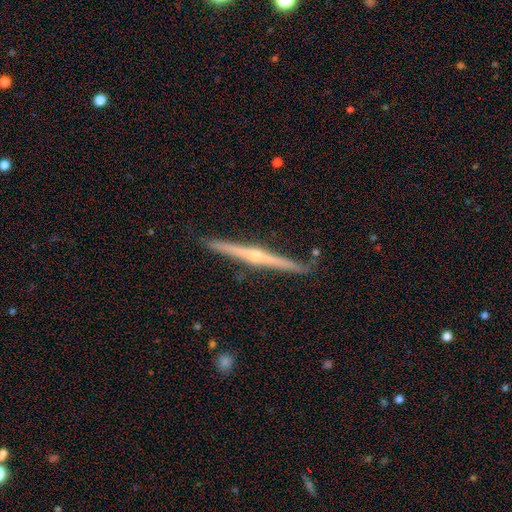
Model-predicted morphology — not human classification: featured or disk 82%, smooth 13%, star or artifact 5%. Down the decision tree: edge-on disk — yes (98%); edge-on bulge — rounded (85%); merging — none (88%).